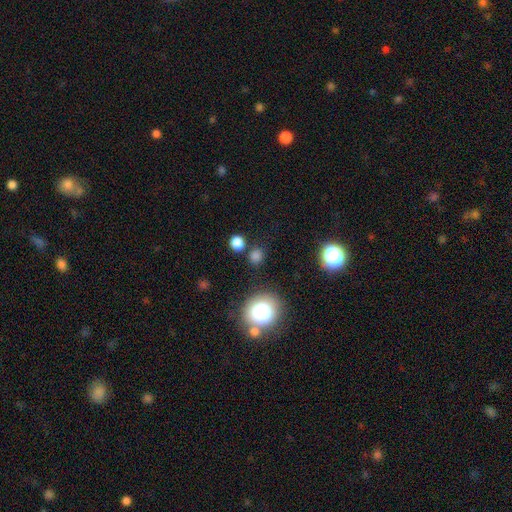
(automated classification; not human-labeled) Smooth or featured?
  - smooth: 77% *
  - star or artifact: 17%
  - featured or disk: 6%
How rounded?
  - round: 82% *
  - in between: 16%
  - cigar-shaped: 1%
Merging?
  - none: 77% *
  - minor disturbance: 10%
  - merger: 8%
  - major disturbance: 4%